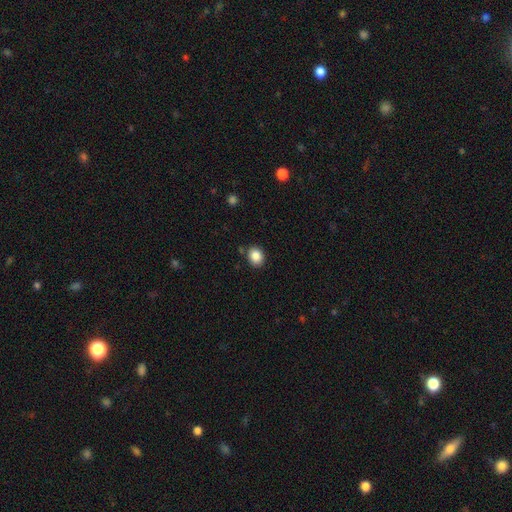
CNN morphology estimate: Smooth or featured?
  - smooth: 86% *
  - star or artifact: 9%
  - featured or disk: 5%
How rounded?
  - round: 56% *
  - in between: 43%
  - cigar-shaped: 1%
Merging?
  - none: 84% *
  - minor disturbance: 10%
  - merger: 3%
  - major disturbance: 3%